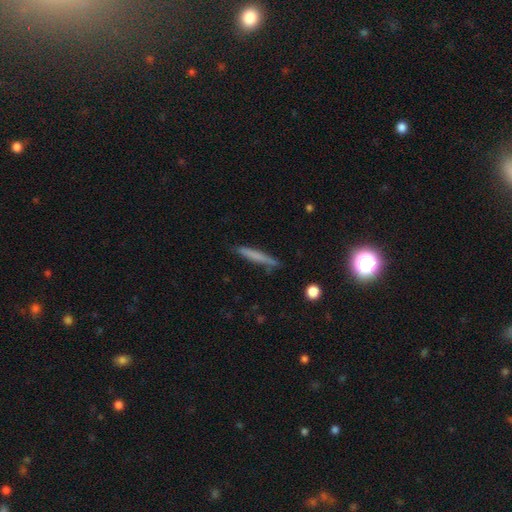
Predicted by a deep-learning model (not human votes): Smooth or featured: smooth — 66% (featured or disk — 27%)
How rounded: cigar-shaped — 95% (in between — 4%)
Merging: none — 82% (minor disturbance — 13%)